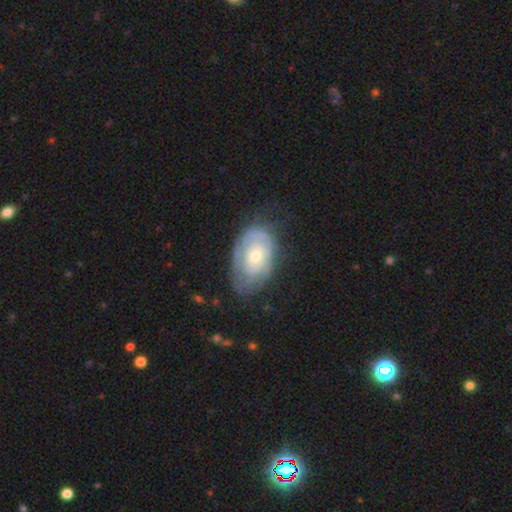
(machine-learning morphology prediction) A featured or disk galaxy (70%) with no bar (83%), spiral arms (73%) and a small central bulge (54%). Merging: none (63%).